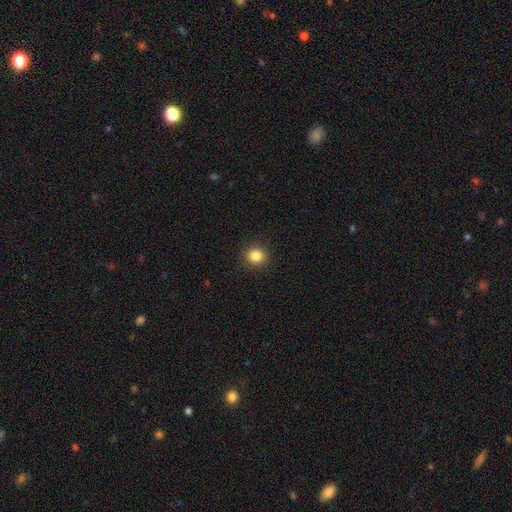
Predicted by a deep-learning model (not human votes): Smooth or featured?
  - smooth: 85% *
  - star or artifact: 11%
  - featured or disk: 4%
How rounded?
  - round: 86% *
  - in between: 13%
  - cigar-shaped: 1%
Merging?
  - none: 91% *
  - minor disturbance: 6%
  - major disturbance: 2%
  - merger: 1%